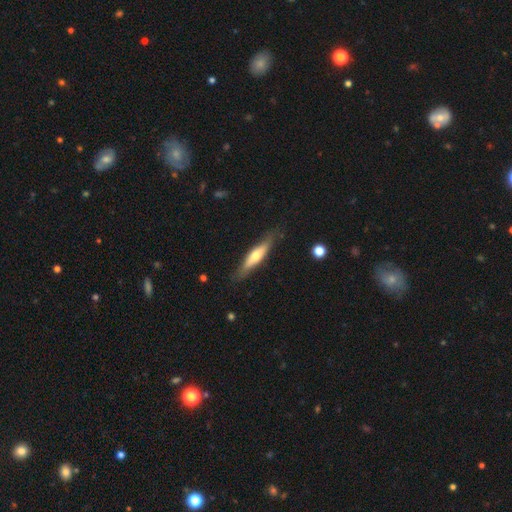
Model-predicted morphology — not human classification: This appears to be a smooth galaxy with no disk features (47%, tied with featured or disk). Merging: none (80%).